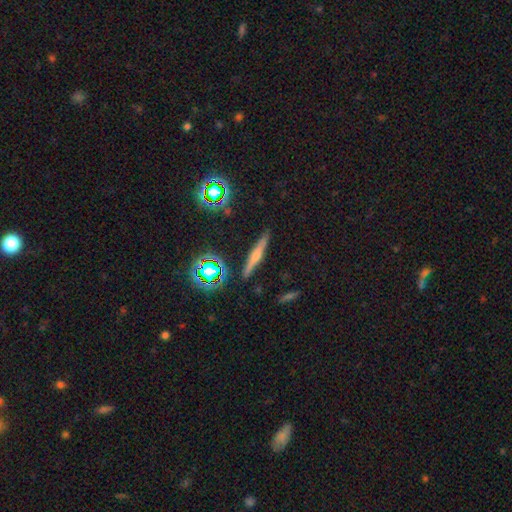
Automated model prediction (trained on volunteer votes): featured or disk 57%, smooth 29%, star or artifact 14%. Down the decision tree: edge-on disk — yes (96%); edge-on bulge — rounded (80%); merging — none (90%).